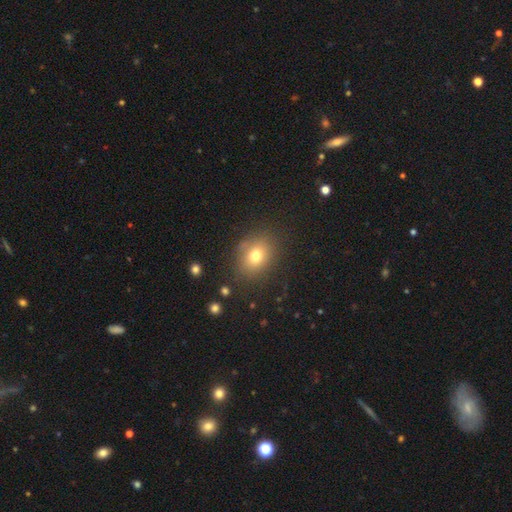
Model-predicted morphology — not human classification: Smooth or featured? smooth (76%)
How rounded? in between (52%)
Merging? none (80%)